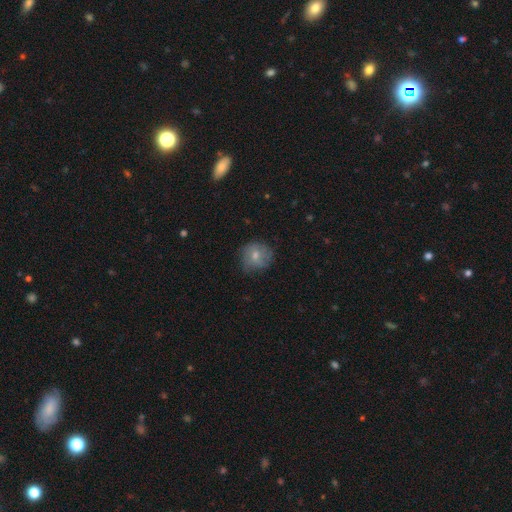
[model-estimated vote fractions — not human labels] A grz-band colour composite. It shows a smooth galaxy with no disk features (67%) that is round (81%). Merging: none (67%).